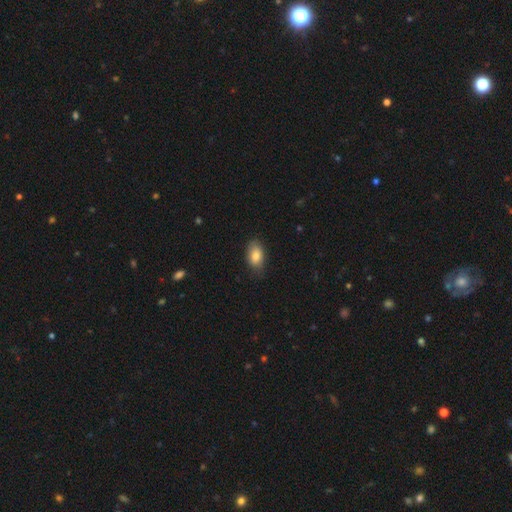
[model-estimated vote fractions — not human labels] Smooth or featured?
  - smooth: 83% *
  - featured or disk: 11%
  - star or artifact: 7%
How rounded?
  - in between: 92% *
  - round: 5%
  - cigar-shaped: 3%
Merging?
  - none: 74% *
  - minor disturbance: 21%
  - major disturbance: 4%
  - merger: 1%